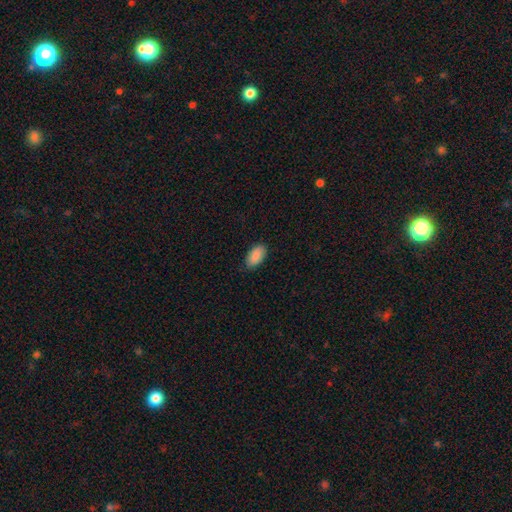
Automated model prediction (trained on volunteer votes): Overall: smooth (90%). How rounded: in between (95%). Merging: none (84%).